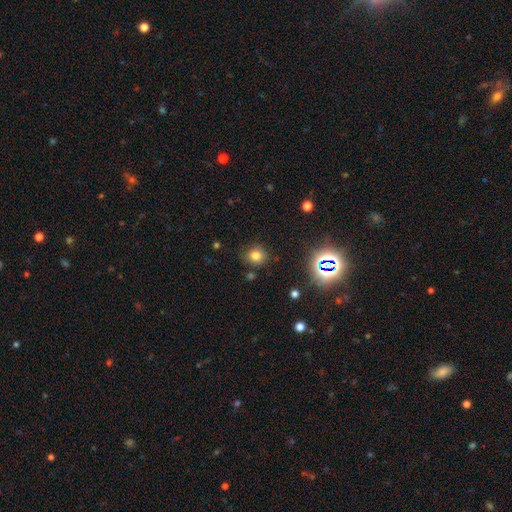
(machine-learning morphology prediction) A smooth galaxy with no disk features (74%) that is round (85%).

Vote fractions:
- Smooth or featured? smooth: 74% / star or artifact: 18% / featured or disk: 8%
- How rounded? round: 85% / in between: 14% / cigar-shaped: 1%
- Merging? none: 81% / minor disturbance: 13% / major disturbance: 4% / merger: 3%